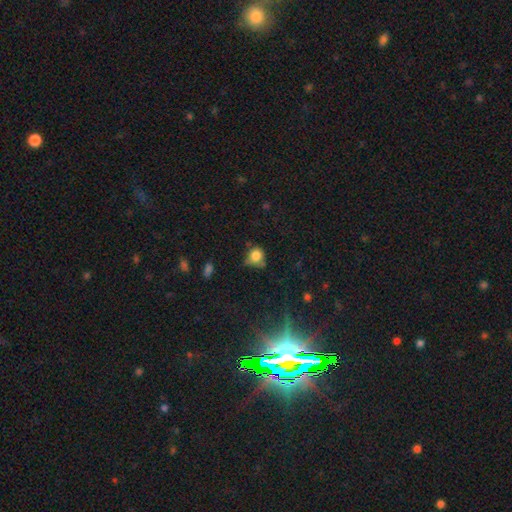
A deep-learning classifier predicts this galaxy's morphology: Smooth or featured? smooth (78%)
How rounded? round (74%)
Merging? none (43%)